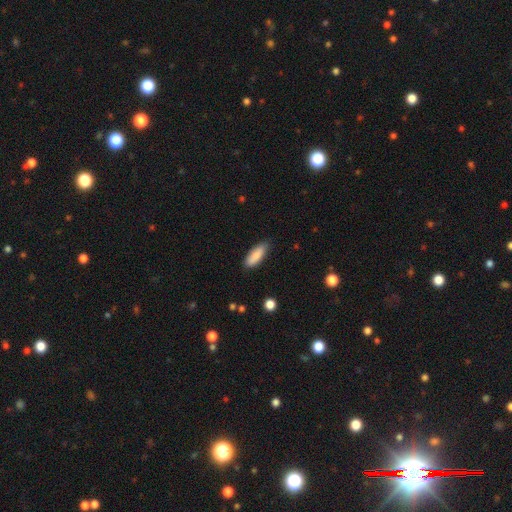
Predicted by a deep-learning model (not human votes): smooth 88%, featured or disk 6%, star or artifact 6%. Down the decision tree: how rounded — in between (66%); merging — none (85%).